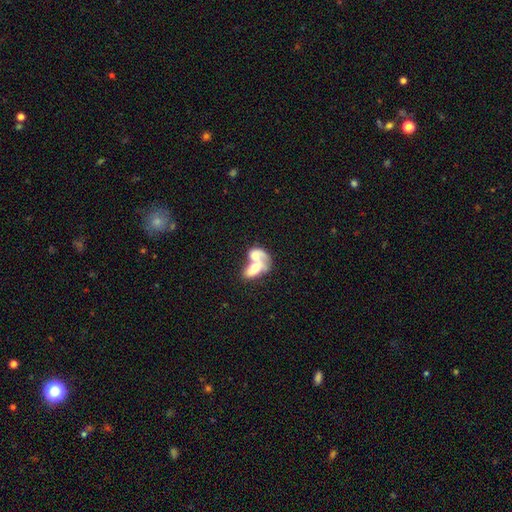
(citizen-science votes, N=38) Smooth or featured? 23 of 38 (61%) said featured or disk. Edge-on disk? 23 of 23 (100%) said no. Bar? 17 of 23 (74%) said no. Spiral arms? 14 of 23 (61%) said yes. Spiral winding? 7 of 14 (50%) said loose. Spiral arm count? 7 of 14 (50%) said 1. Bulge size? 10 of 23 (43%, tied with moderate) said large. Merging? 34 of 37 (92%) said merger.